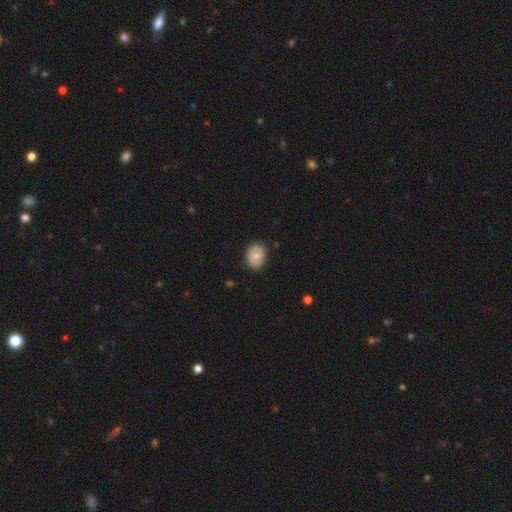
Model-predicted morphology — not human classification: type=smooth (62%); roundness=in between (59%); merging=none (81%).